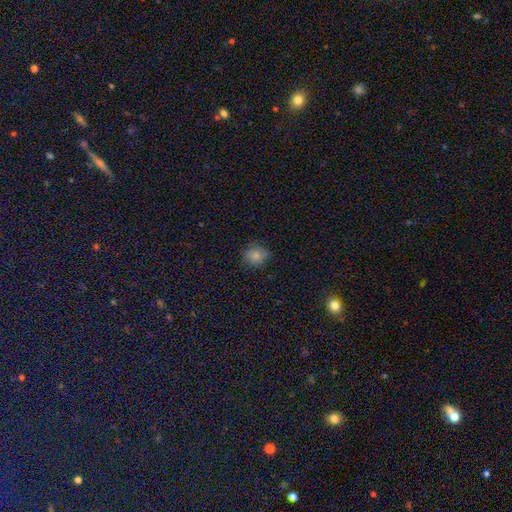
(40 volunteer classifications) Smooth or featured? smooth (82%)
How rounded? round (76%)
Merging? none (83%)